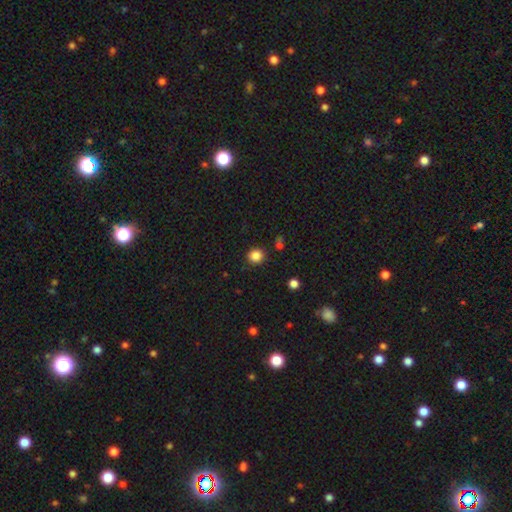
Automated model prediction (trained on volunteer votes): smooth-or-featured: smooth: 85% | star or artifact: 11% | featured or disk: 4%
  how-rounded: round: 89% | in between: 10% | cigar-shaped: 1%
  merging: none: 88% | minor disturbance: 7% | merger: 3% | major disturbance: 2%